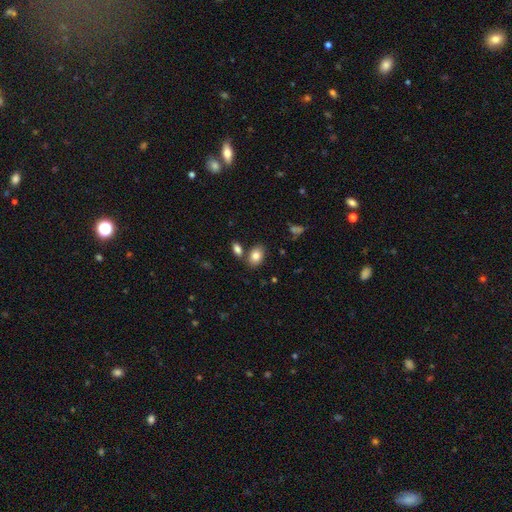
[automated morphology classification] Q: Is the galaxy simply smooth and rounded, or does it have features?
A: smooth — 84%.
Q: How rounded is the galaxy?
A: in between — 83%.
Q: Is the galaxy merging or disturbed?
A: none — 73%.